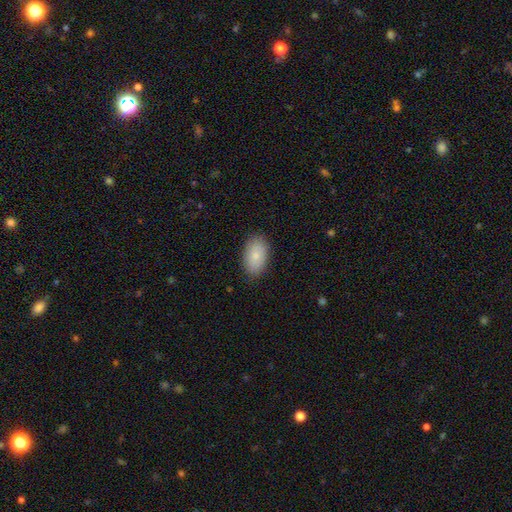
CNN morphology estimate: Overall: smooth (84%). How rounded: in between (93%). Merging: none (86%).